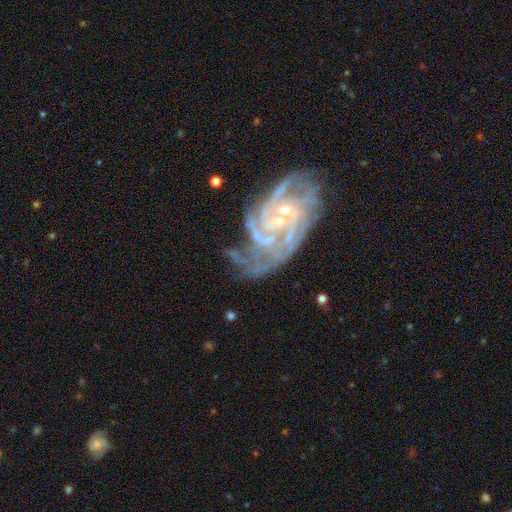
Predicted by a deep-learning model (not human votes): A featured or disk galaxy (89%) with no bar (59%), 4 (28%) tight (59%) spiral arms (97%) and a small central bulge (77%). Merging: none (50%).